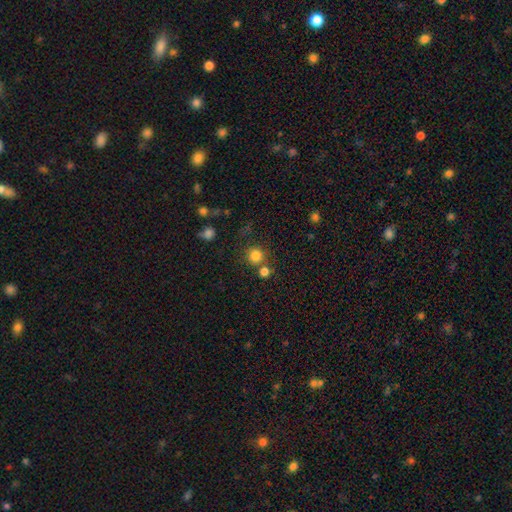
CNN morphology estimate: Smooth or featured? Predicted: smooth (p=0.81). How rounded? Predicted: round (p=0.93). Merging? Predicted: none (p=0.71).